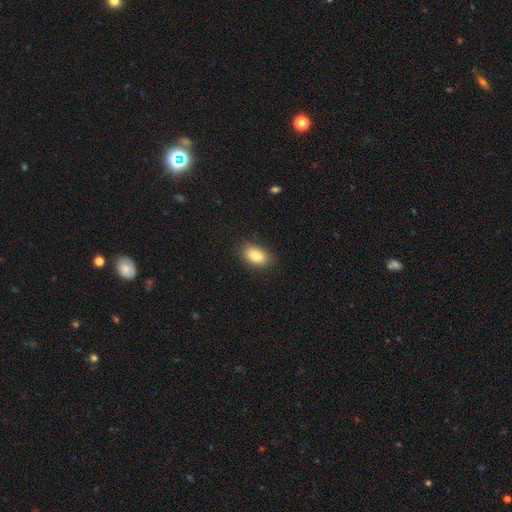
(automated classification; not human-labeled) Smooth or featured? smooth (82%)
How rounded? in between (89%)
Merging? none (86%)